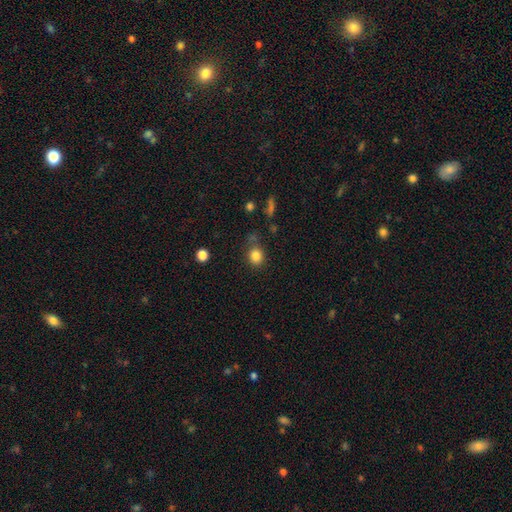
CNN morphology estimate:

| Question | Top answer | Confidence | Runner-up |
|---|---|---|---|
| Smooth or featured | smooth | 84% | star or artifact (11%) |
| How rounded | round | 75% | in between (24%) |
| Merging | none | 73% | minor disturbance (15%) |